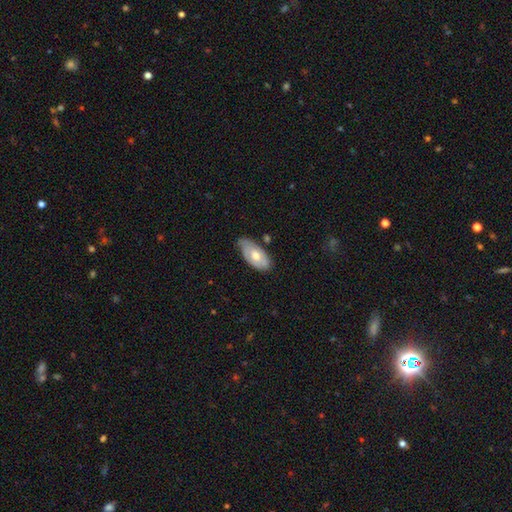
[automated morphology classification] A smooth galaxy with no disk features (50%) that is in between round and cigar-shaped (93%). Merging: none (62%).